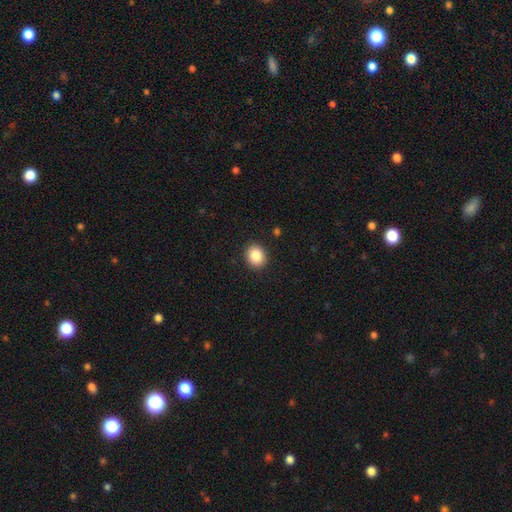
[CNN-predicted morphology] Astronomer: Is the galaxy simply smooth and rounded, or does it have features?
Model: smooth — 86%.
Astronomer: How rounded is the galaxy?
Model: round — 66%.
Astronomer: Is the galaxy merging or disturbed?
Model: none — 91%.